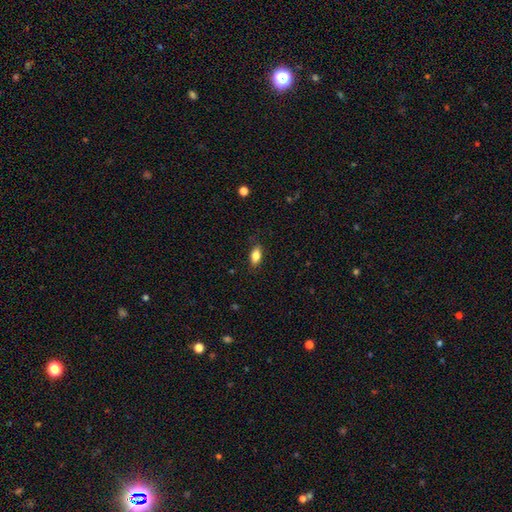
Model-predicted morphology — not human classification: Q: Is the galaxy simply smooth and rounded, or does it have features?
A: smooth — 82%.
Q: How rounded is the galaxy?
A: in between — 87%.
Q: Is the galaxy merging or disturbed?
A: none — 85%.